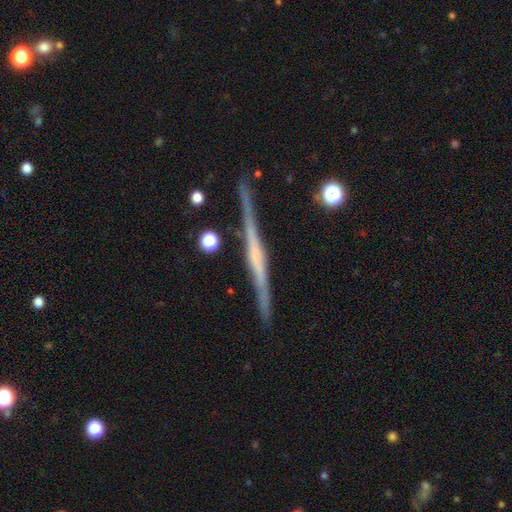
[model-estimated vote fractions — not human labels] This is likely a featured or disk galaxy (76%). It is clearly viewed edge-on (98%). Edge-on bulge: possibly none (46%). Merging: clearly none (89%).